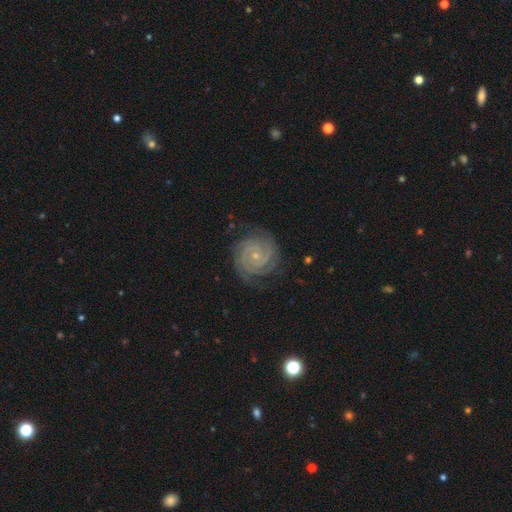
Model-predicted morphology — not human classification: This appears to be a featured or disk galaxy (91%) with no bar (70%), 2 (42%) tight (83%) spiral arms (99%) and a small central bulge (76%). Merging: none (80%).